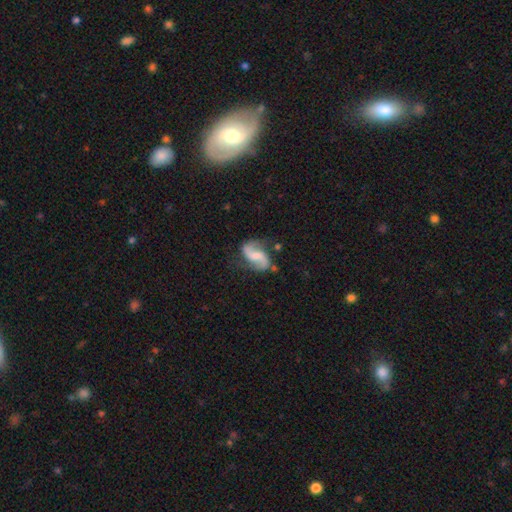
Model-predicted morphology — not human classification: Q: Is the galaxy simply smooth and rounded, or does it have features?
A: featured or disk — 82%.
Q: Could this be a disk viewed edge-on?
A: no — 98%.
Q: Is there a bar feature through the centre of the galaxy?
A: weak — 46%.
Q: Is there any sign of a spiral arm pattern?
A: yes — 95%.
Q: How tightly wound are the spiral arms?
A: loose — 60%.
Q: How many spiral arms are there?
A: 2 — 92%.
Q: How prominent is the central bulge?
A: none — 38%.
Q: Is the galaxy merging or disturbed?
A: none — 67%.